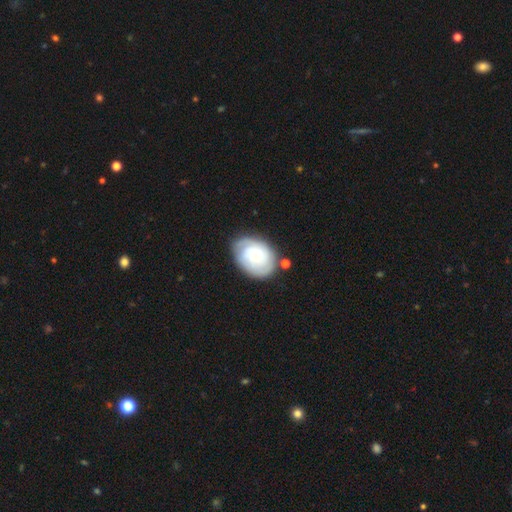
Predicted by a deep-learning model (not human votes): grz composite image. It shows a featured or disk galaxy (54%) with no bar (81%), spiral arms (78%) and a small central bulge (49%). Merging: none (69%).